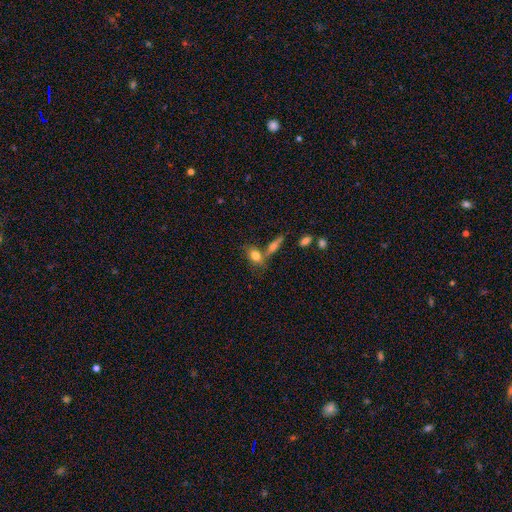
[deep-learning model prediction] Overall: smooth (75%). How rounded: in between (77%). Merging: none (51%; merger 29%).